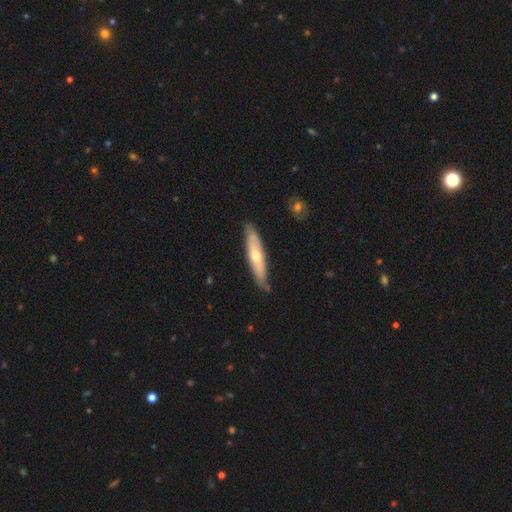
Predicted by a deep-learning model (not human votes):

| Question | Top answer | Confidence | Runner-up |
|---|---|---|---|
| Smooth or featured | smooth | 49% | featured or disk (45%) |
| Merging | none | 81% | minor disturbance (15%) |